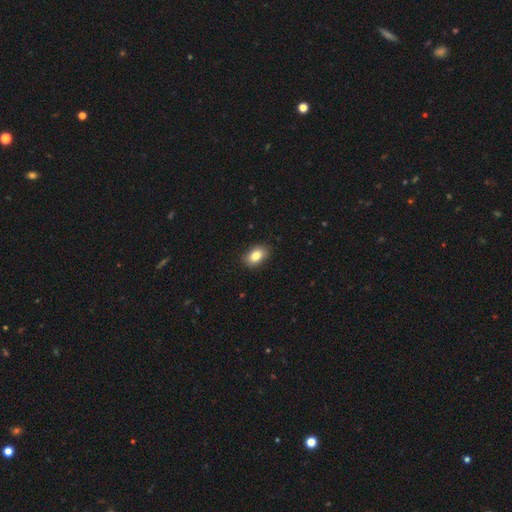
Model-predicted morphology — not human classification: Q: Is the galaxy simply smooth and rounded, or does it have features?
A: smooth — 84%.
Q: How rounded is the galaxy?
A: in between — 87%.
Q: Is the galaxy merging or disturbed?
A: none — 88%.